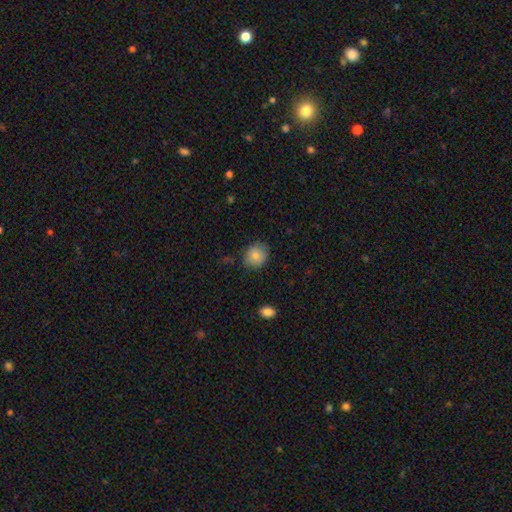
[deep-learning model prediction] Morphology: type=smooth (85%); roundness=round (80%); merging=none (81%).